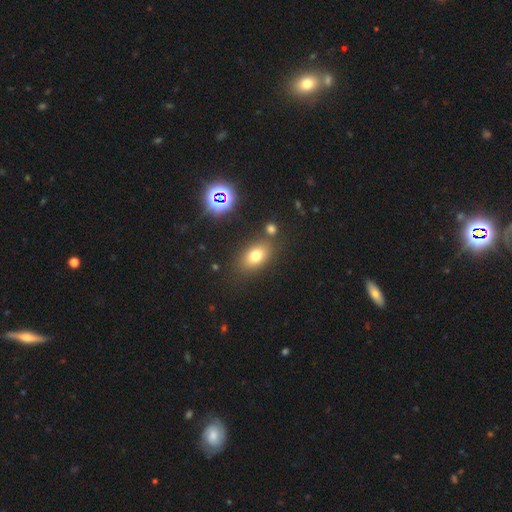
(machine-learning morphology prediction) This is likely a smooth galaxy (74%). How rounded: likely in between (79%). Merging: likely none (78%).